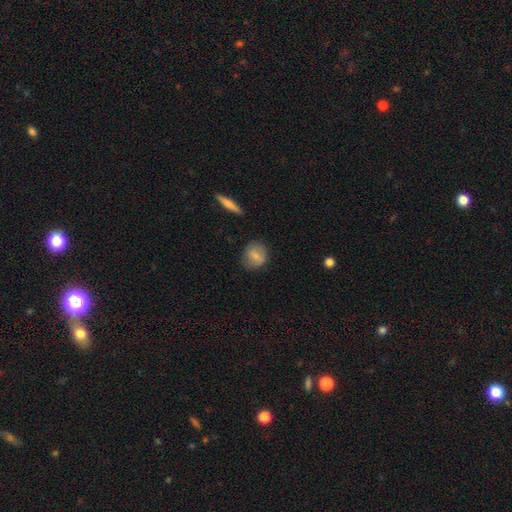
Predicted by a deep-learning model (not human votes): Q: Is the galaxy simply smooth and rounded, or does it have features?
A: smooth — 74%.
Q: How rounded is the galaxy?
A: round — 73%.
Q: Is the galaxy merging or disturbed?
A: none — 81%.